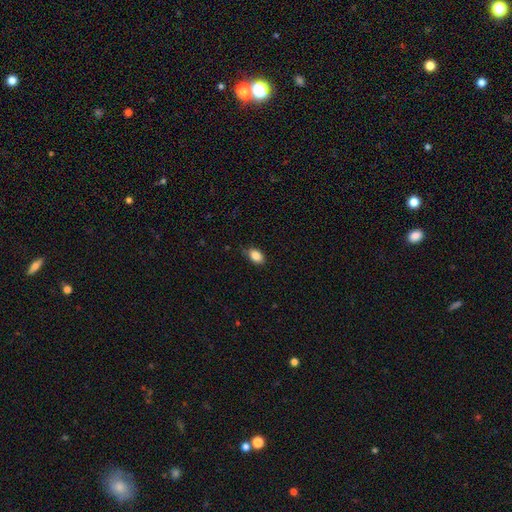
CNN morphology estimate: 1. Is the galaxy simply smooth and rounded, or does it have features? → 87% smooth, 8% star or artifact, 5% featured or disk.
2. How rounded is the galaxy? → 86% in between, 12% round, 2% cigar-shaped.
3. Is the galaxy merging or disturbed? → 79% none, 17% minor disturbance, 3% major disturbance, 1% merger.